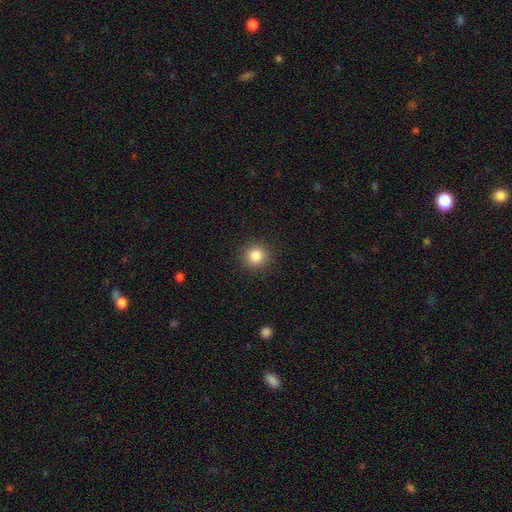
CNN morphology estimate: Smooth or featured? Predicted: smooth (p=0.84). How rounded? Predicted: round (p=0.93). Merging? Predicted: none (p=0.92).